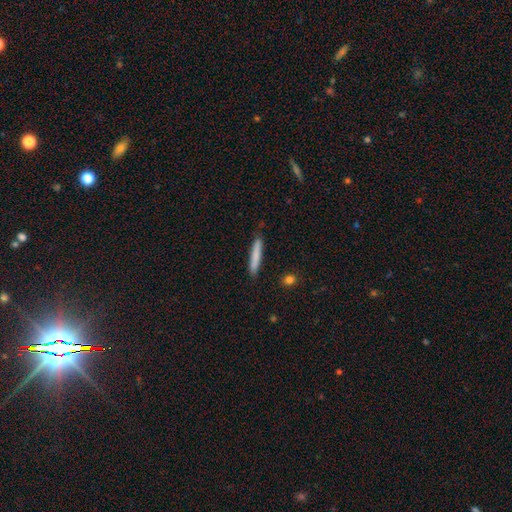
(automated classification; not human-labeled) This is likely a smooth galaxy (79%). How rounded: clearly cigar-shaped (94%). Merging: clearly none (87%).